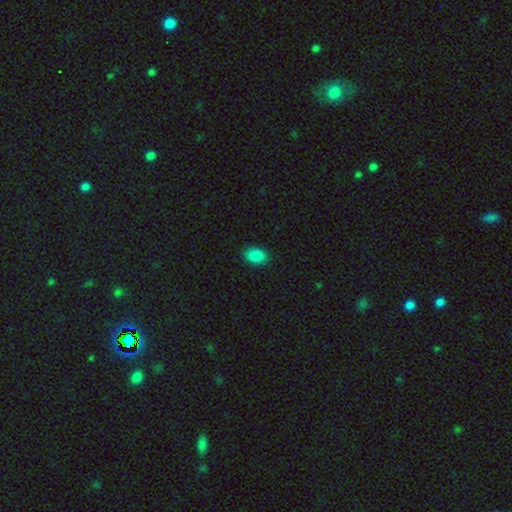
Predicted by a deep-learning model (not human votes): Overall: smooth (88%). How rounded: in between (82%). Merging: none (89%).